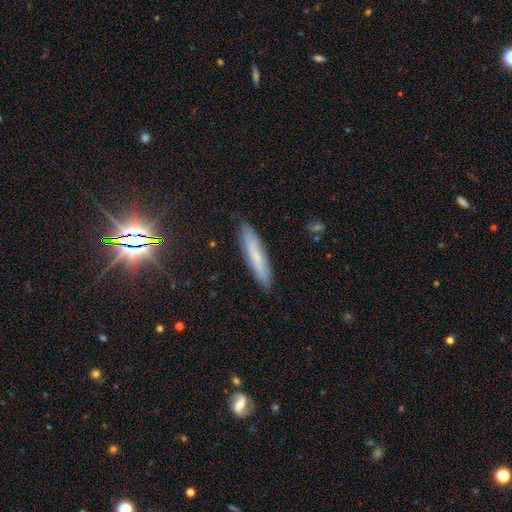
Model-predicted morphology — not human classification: This is possibly a smooth galaxy (57%). How rounded: clearly cigar-shaped (87%). Merging: clearly none (88%).